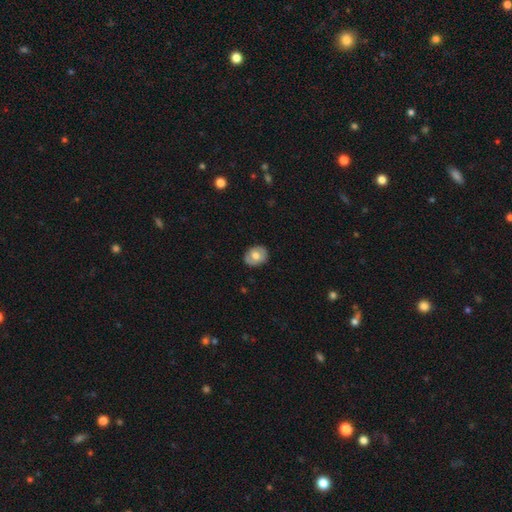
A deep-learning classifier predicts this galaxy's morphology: This is possibly a smooth galaxy (60%). How rounded: possibly round (57%). Merging: clearly none (84%).